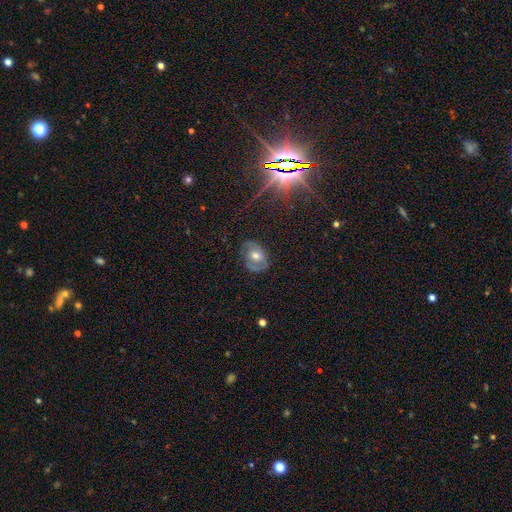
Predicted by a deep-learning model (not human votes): This appears to be a featured or disk galaxy (59%) with no bar (62%), spiral arms (70%) and a moderate central bulge (73%). Merging: none (72%).